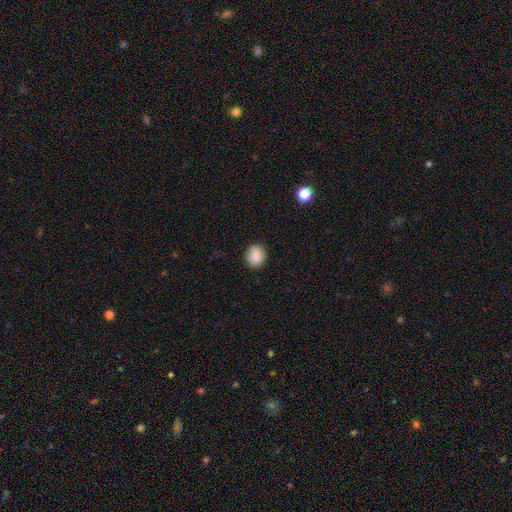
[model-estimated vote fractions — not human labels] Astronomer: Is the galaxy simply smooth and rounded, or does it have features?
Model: smooth — 87%.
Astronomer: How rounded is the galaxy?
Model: round — 65%.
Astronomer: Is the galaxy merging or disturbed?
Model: none — 87%.